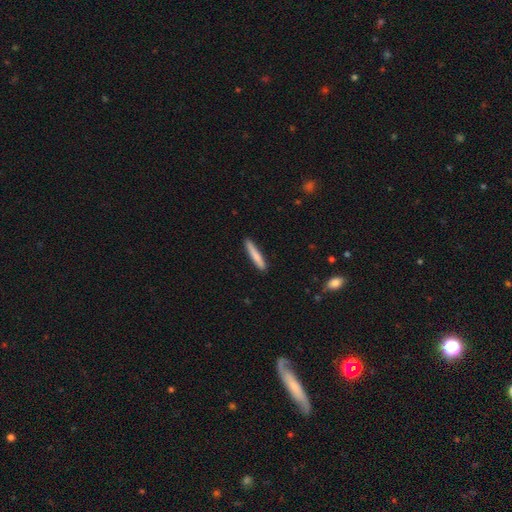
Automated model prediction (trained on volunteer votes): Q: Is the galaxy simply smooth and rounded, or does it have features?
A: smooth — 78%.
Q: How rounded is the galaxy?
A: cigar-shaped — 94%.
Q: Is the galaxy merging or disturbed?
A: none — 89%.